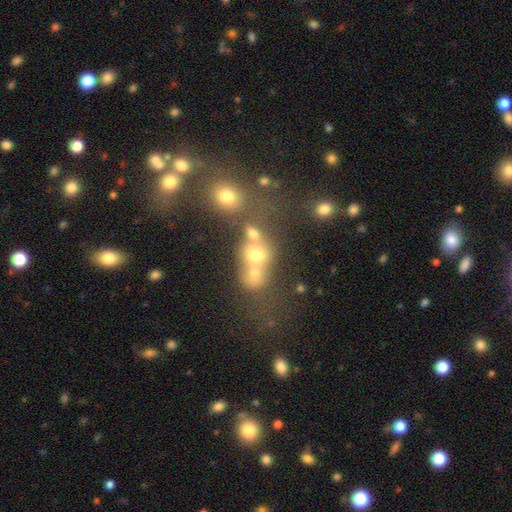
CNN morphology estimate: This appears to be a smooth galaxy with no disk features (51%) that is round (55%). Merging: merger (46%).